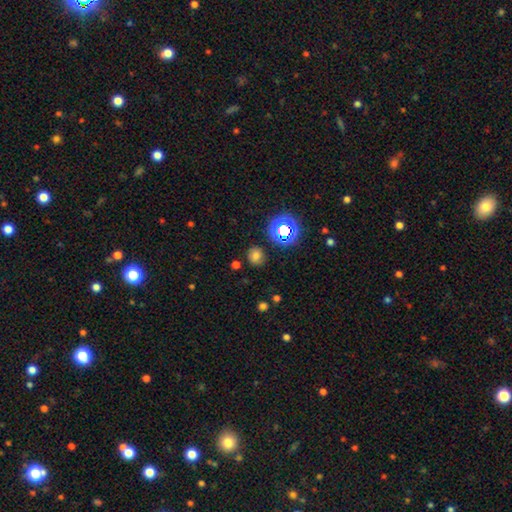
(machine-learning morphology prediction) The model was most divided on "smooth or featured": smooth: 70%, star or artifact: 22%, featured or disk: 8%. More confident: merging — none (84%); how rounded — round (79%).